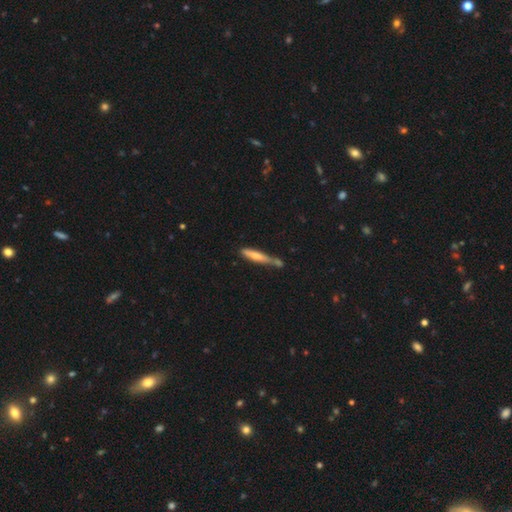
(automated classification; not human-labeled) Overall: smooth (63%; featured or disk 30%). How rounded: cigar-shaped (90%). Merging: none (44%; merger 29%).